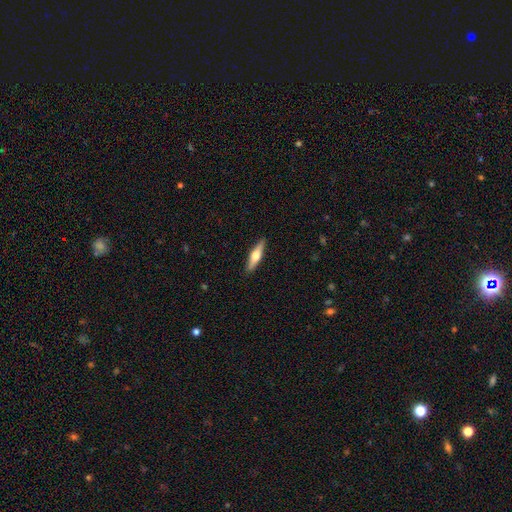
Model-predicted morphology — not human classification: Smooth or featured? featured or disk (55%)
Edge-on disk? yes (95%)
Edge-on bulge? rounded (94%)
Merging? none (90%)